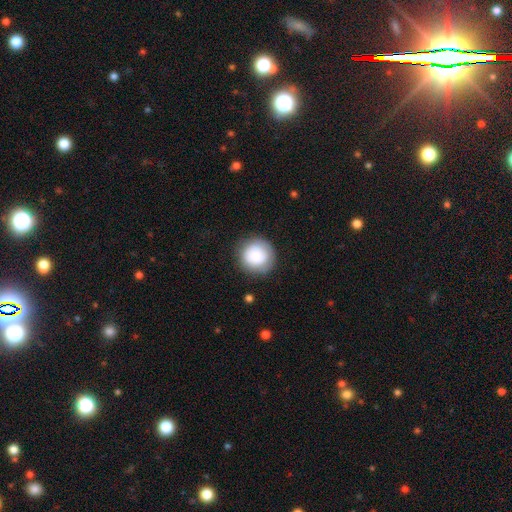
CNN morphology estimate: Smooth or featured?
  - smooth: 80% *
  - featured or disk: 12%
  - star or artifact: 8%
How rounded?
  - round: 94% *
  - in between: 6%
  - cigar-shaped: 1%
Merging?
  - none: 82% *
  - minor disturbance: 12%
  - major disturbance: 4%
  - merger: 2%